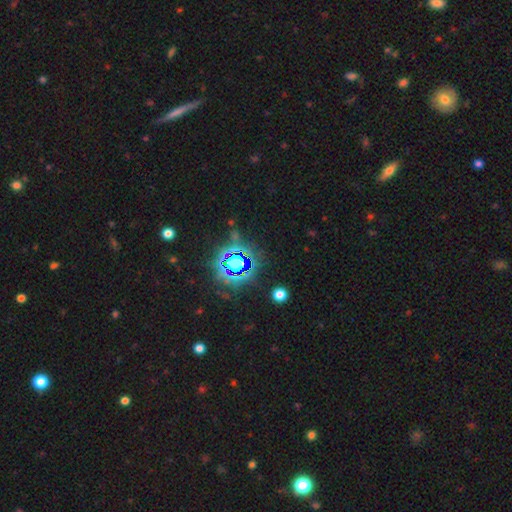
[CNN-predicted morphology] smooth-or-featured: star or artifact: 81% | smooth: 12% | featured or disk: 7%